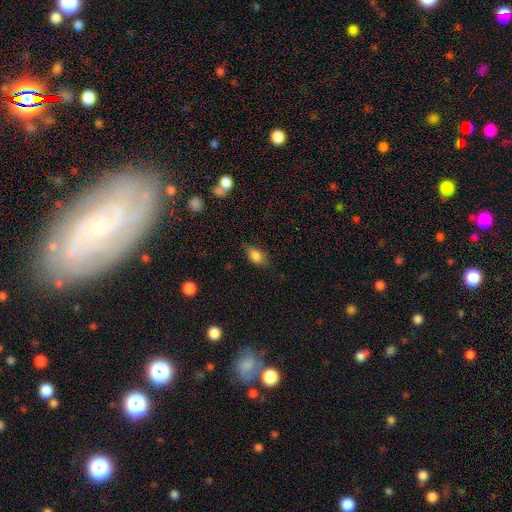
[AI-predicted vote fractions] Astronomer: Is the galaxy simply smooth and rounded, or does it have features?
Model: smooth — 83%.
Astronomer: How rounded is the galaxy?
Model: in between — 86%.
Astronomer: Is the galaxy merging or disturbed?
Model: none — 74%.